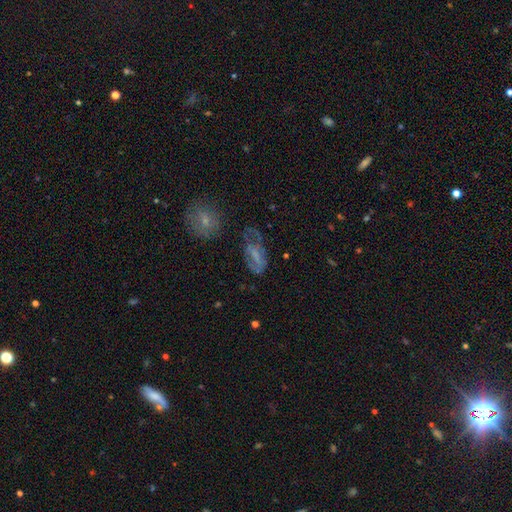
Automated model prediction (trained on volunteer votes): The model was most divided on "smooth or featured": featured or disk: 49%, smooth: 37%, star or artifact: 14%. Remaining: merging — none (44%).